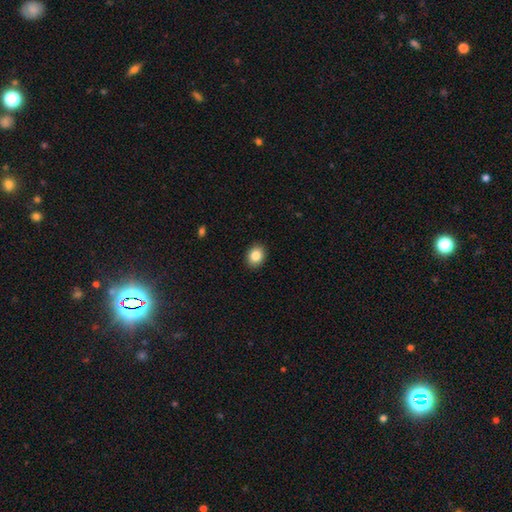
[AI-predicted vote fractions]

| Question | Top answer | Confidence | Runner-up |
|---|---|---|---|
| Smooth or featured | smooth | 86% | star or artifact (8%) |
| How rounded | in between | 51% | round (48%) |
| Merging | none | 91% | minor disturbance (6%) |